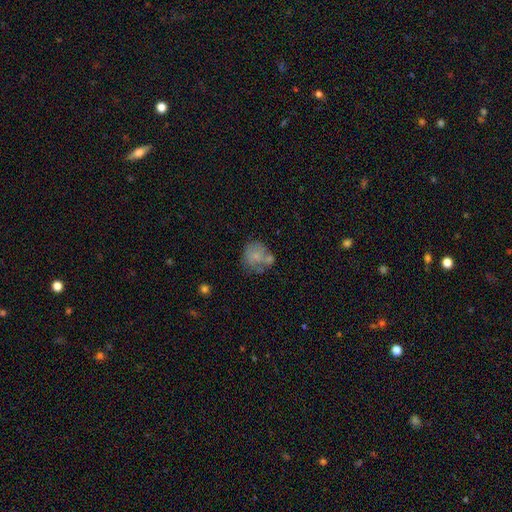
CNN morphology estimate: type=smooth (58%); roundness=round (75%); merging=none (41%).